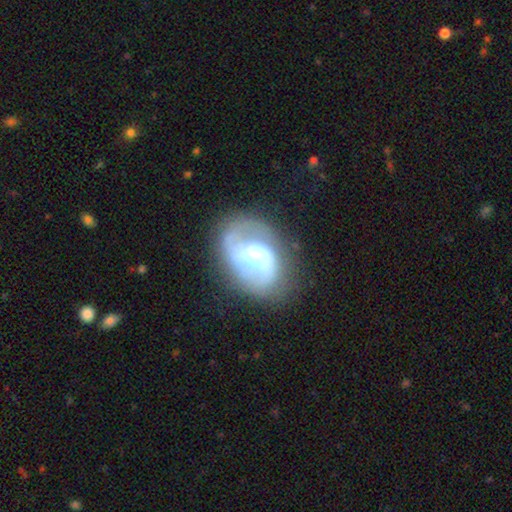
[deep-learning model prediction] Overall: featured or disk (71%). Edge-on disk: no (96%). Bar: no (41%; weak 40%). Spiral arms: yes (82%). Spiral arm count: 2 (64%). Spiral winding: medium (44%; loose 33%). Bulge size: moderate (53%; large 30%). Merging: none (61%).